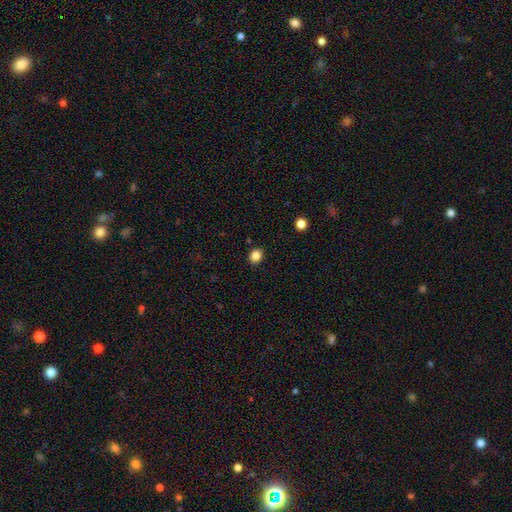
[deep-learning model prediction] Morphology: type=smooth (84%); roundness=round (69%); merging=none (90%).